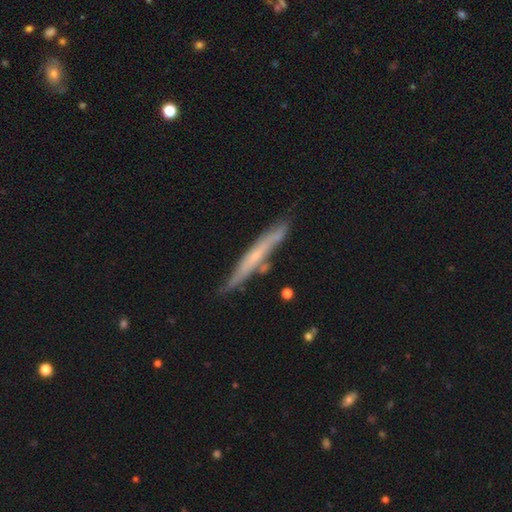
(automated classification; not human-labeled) Q: Smooth or featured?
A: featured or disk (55%); runner-up: smooth (38%)
Q: Edge-on disk?
A: yes (89%); runner-up: no (11%)
Q: Merging?
A: none (76%); runner-up: minor disturbance (17%)